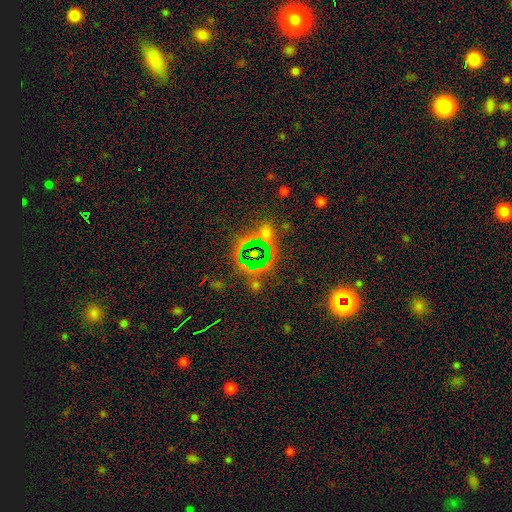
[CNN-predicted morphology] This appears to be a star or artifact, not a galaxy (74%).